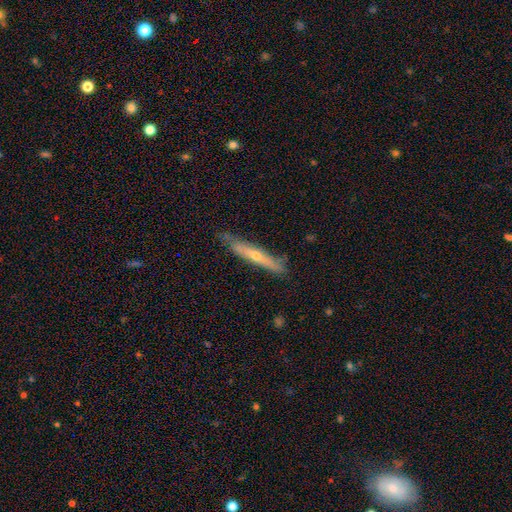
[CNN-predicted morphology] This appears to be a featured or disk galaxy (56%) viewed edge-on (88%). Merging: none (74%).